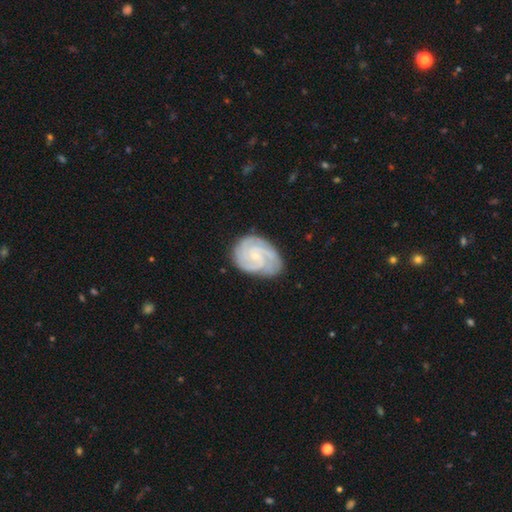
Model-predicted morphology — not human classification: Smooth or featured? featured or disk (87%)
Edge-on disk? no (98%)
Bar? no (63%)
Spiral arms? yes (98%)
Spiral winding? tight (69%)
Spiral arm count? 3 (44%)
Bulge size? small (76%)
Merging? none (74%)